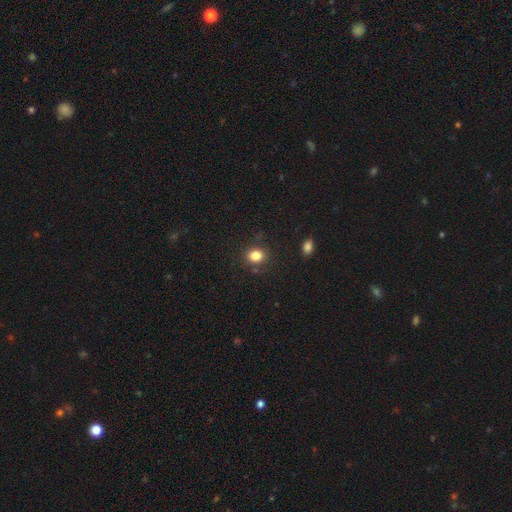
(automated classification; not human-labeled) This appears to be a smooth galaxy with no disk features (83%) that is round (64%). Merging: none (84%).